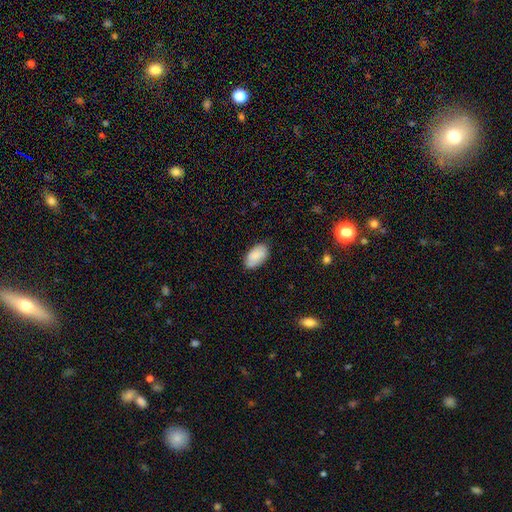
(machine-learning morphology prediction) A smooth galaxy with no disk features (85%) that is in between round and cigar-shaped (95%).

Vote fractions:
- Smooth or featured? smooth: 85% / featured or disk: 8% / star or artifact: 6%
- How rounded? in between: 95% / round: 3% / cigar-shaped: 2%
- Merging? none: 82% / minor disturbance: 14% / major disturbance: 3% / merger: 1%